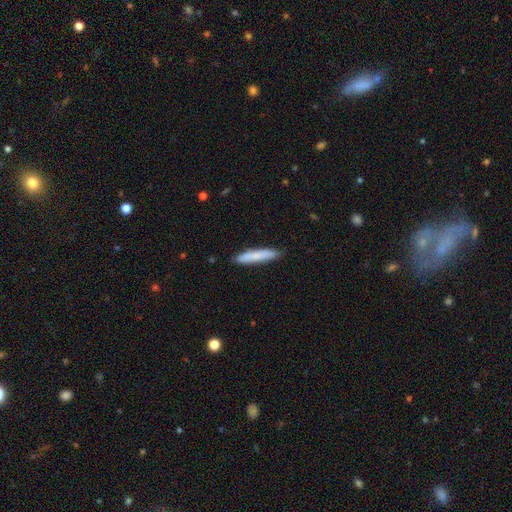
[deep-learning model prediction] Smooth or featured? Predicted: smooth (p=0.78). How rounded? Predicted: cigar-shaped (p=0.91). Merging? Predicted: none (p=0.88).